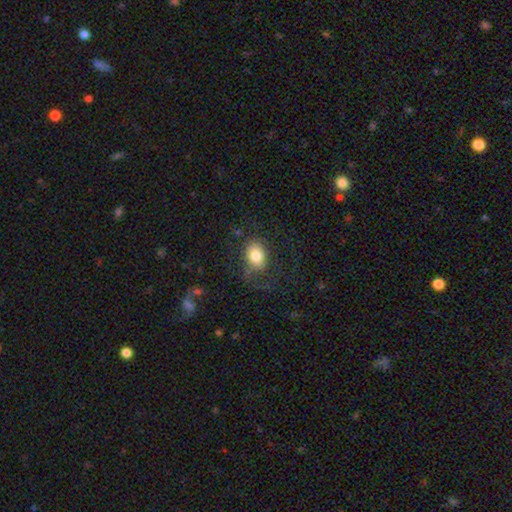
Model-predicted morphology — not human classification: A smooth galaxy with no disk features (78%) that is in between round and cigar-shaped (73%).

Vote fractions:
- Smooth or featured? smooth: 78% / featured or disk: 13% / star or artifact: 8%
- How rounded? in between: 73% / round: 26% / cigar-shaped: 1%
- Merging? none: 62% / minor disturbance: 19% / major disturbance: 17% / merger: 2%